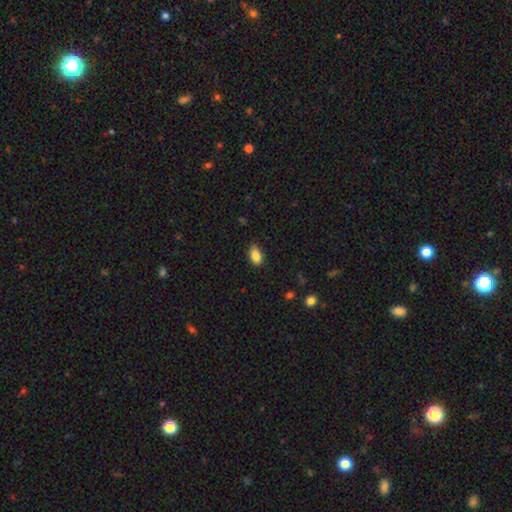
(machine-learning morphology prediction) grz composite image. It shows a smooth galaxy with no disk features (85%) that is in between round and cigar-shaped (90%). Merging: none (84%).